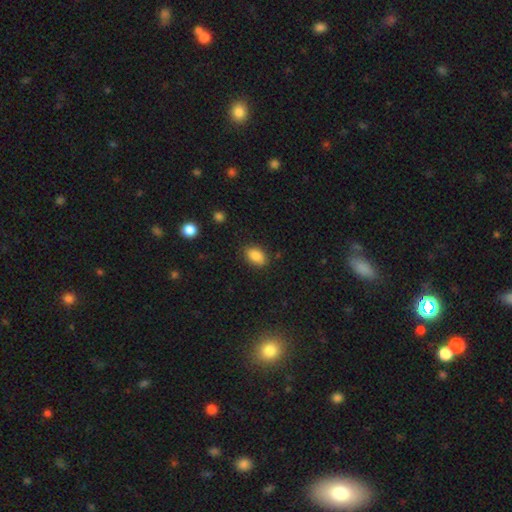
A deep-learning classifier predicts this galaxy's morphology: Overall: smooth (87%). How rounded: in between (88%). Merging: none (83%).